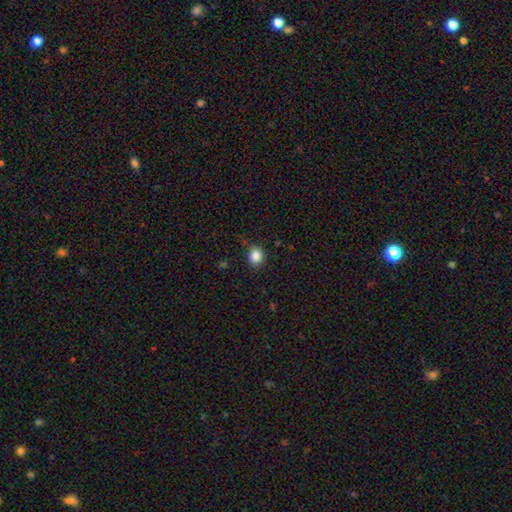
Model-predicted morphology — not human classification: Smooth or featured: smooth — 86% (star or artifact — 10%)
How rounded: round — 63% (in between — 36%)
Merging: none — 85% (minor disturbance — 11%)